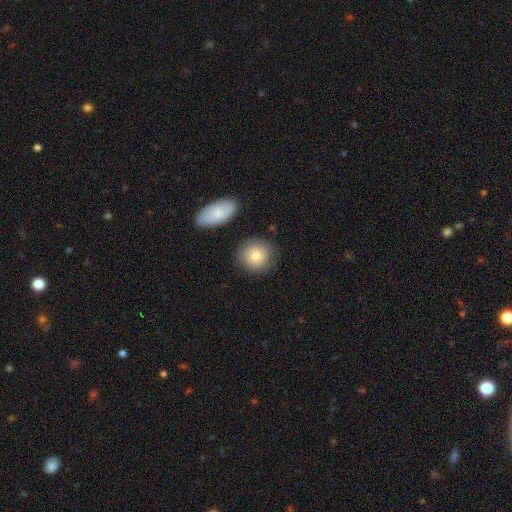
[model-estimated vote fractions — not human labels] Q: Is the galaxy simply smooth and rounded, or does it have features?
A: smooth — 80%.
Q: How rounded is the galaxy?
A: round — 87%.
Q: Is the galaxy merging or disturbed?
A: none — 81%.